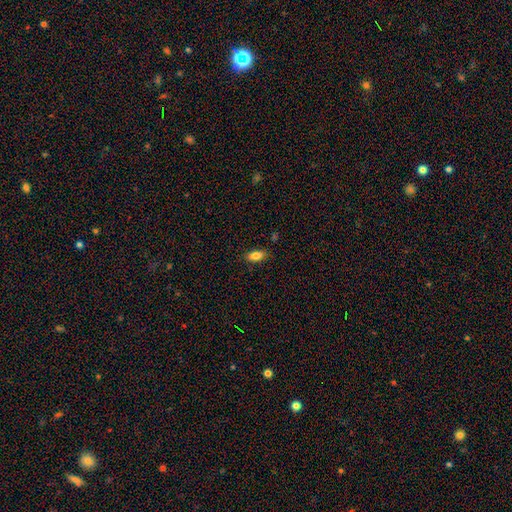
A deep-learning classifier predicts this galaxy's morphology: Q: Smooth or featured?
A: smooth (82%); runner-up: featured or disk (10%)
Q: How rounded?
A: in between (81%); runner-up: cigar-shaped (15%)
Q: Merging?
A: none (84%); runner-up: minor disturbance (12%)